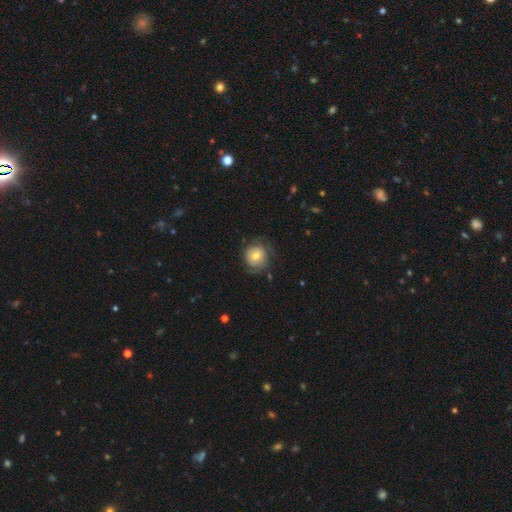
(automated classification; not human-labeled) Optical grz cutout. It shows a smooth galaxy with no disk features (54%) that is round (86%). Merging: none (65%).